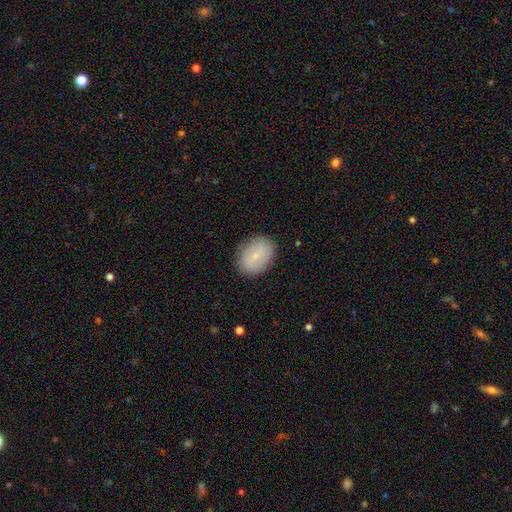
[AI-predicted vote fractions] Smooth or featured? smooth (70%)
How rounded? in between (75%)
Merging? none (86%)